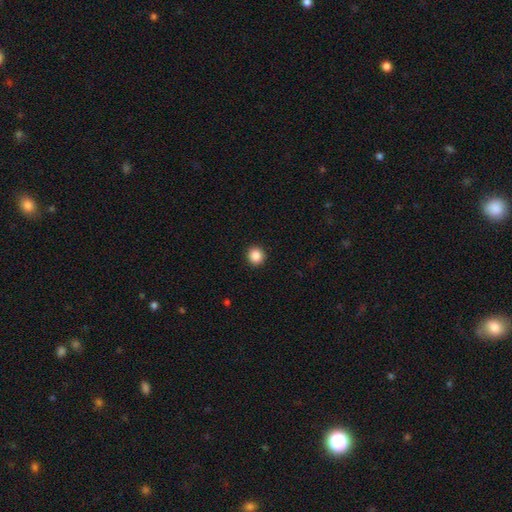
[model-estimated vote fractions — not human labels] Q: Smooth or featured?
A: smooth (88%); runner-up: star or artifact (10%)
Q: How rounded?
A: round (93%); runner-up: in between (6%)
Q: Merging?
A: none (93%); runner-up: minor disturbance (4%)